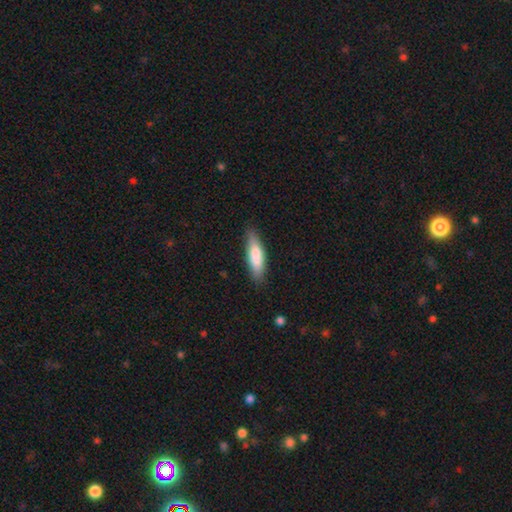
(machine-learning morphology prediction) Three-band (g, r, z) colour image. It shows a smooth galaxy with no disk features (80%) that is cigar-shaped (61%). Merging: none (84%).